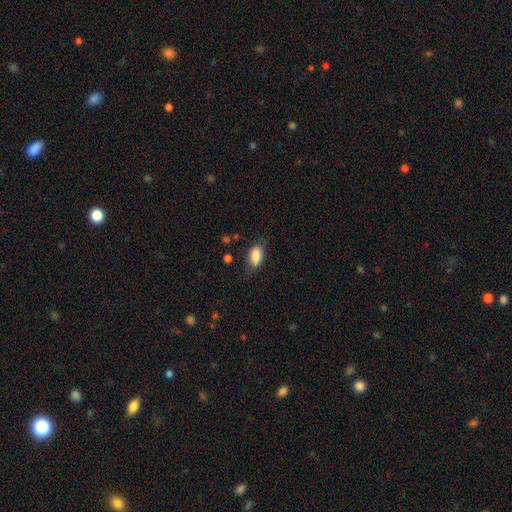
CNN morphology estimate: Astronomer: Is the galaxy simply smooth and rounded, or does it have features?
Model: smooth — 86%.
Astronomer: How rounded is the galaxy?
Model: in between — 90%.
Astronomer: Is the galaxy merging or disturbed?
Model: none — 68%.